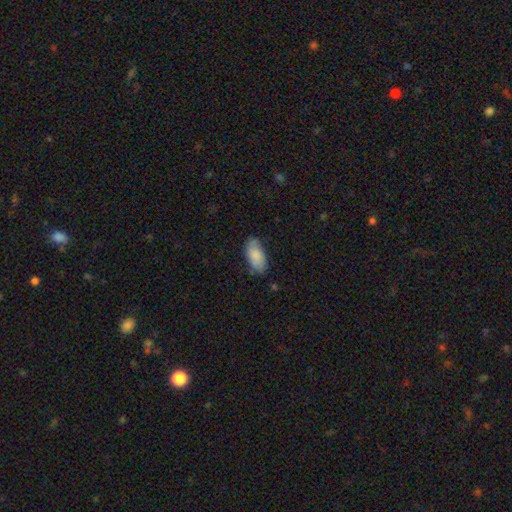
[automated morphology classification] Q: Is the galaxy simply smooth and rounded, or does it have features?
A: smooth — 80%.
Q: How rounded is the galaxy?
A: in between — 93%.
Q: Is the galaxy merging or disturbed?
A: none — 71%.